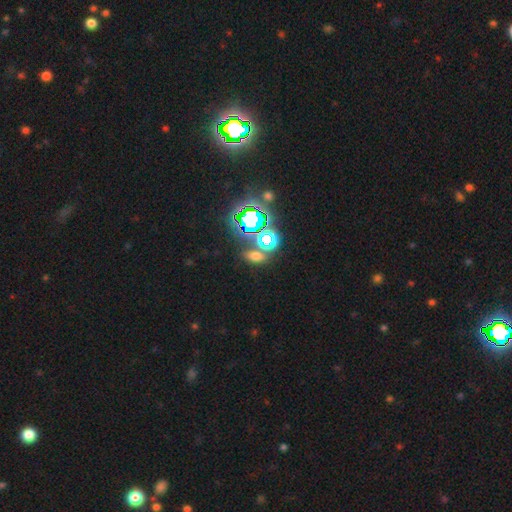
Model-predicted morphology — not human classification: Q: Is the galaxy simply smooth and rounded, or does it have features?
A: smooth — 48%.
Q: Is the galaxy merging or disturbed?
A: none — 71%.